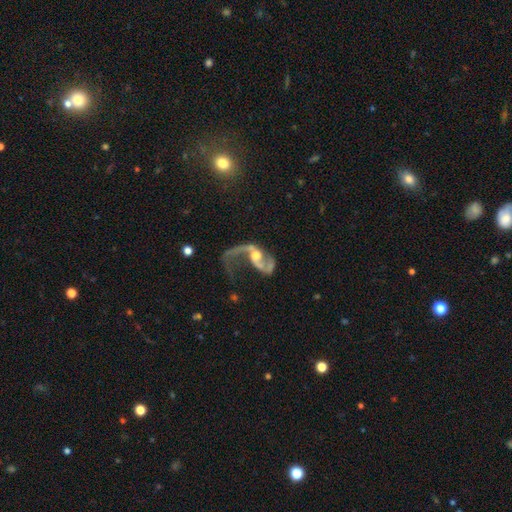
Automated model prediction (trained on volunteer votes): Smooth or featured? Predicted: featured or disk (p=0.88). Edge-on disk? Predicted: no (p=0.97). Bar? Predicted: no (p=0.50). Spiral arms? Predicted: yes (p=0.93). Spiral winding? Predicted: loose (p=0.80). Spiral arm count? Predicted: 2 (p=0.81). Bulge size? Predicted: moderate (p=0.57). Merging? Predicted: major disturbance (p=0.42).